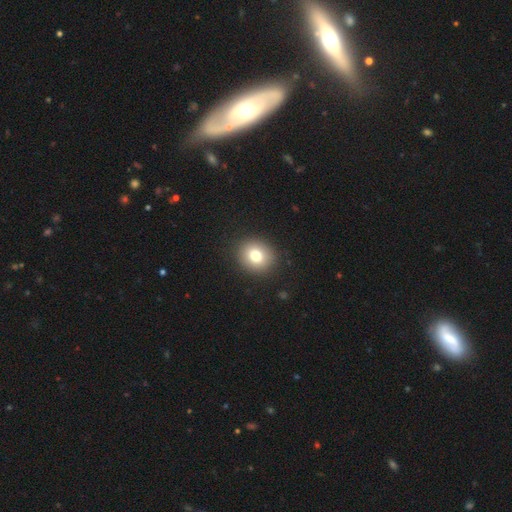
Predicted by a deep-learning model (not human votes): Overall: smooth (77%). How rounded: round (78%). Merging: none (91%).